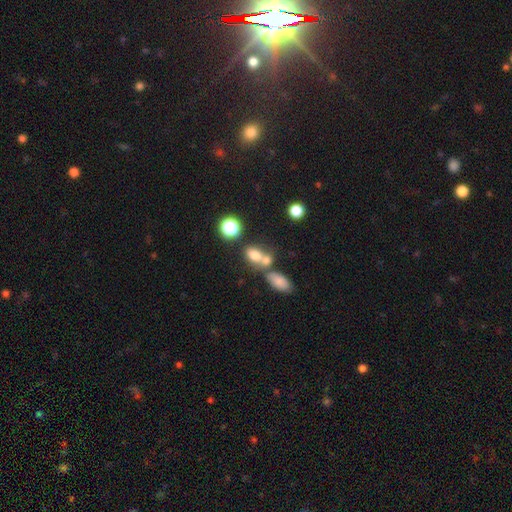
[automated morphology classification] smooth 72%, star or artifact 16%, featured or disk 12%. Down the decision tree: how rounded — in between (72%); merging — merger (47%).